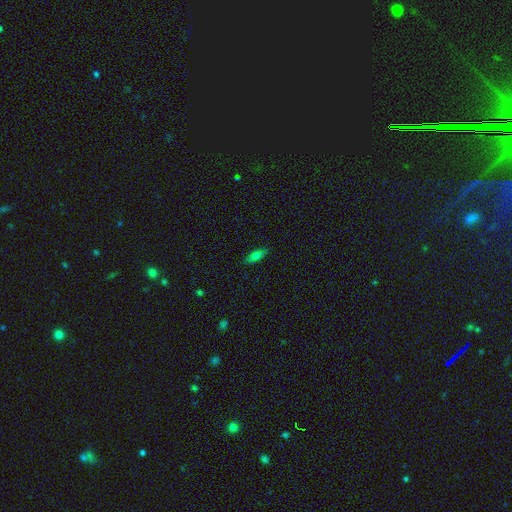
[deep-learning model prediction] Morphology: type=smooth (71%); roundness=in between (69%); merging=none (86%).